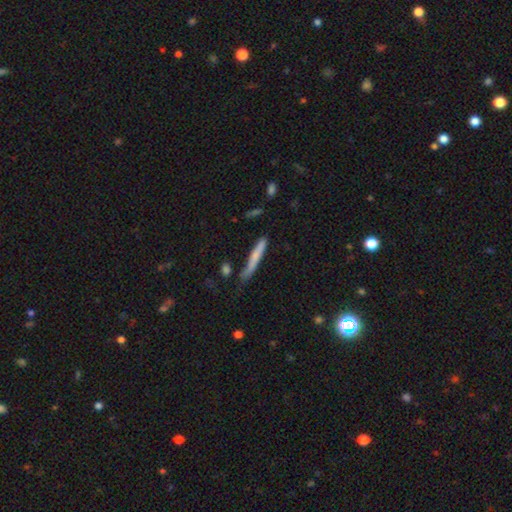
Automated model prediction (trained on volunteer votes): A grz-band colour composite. It shows a smooth galaxy with no disk features (67%) that is cigar-shaped (95%). Merging: none (66%).